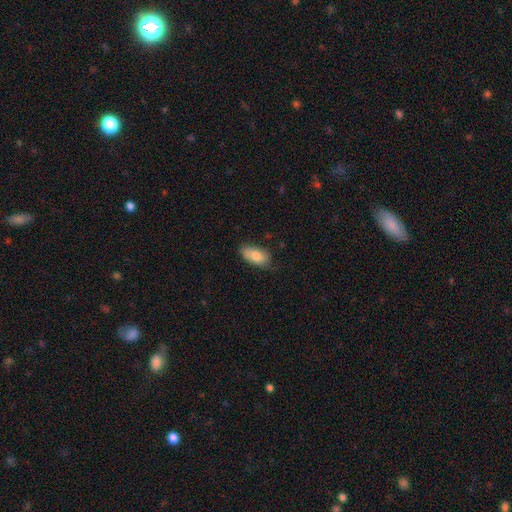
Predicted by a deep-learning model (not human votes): Overall: smooth (79%). How rounded: in between (91%). Merging: none (69%).